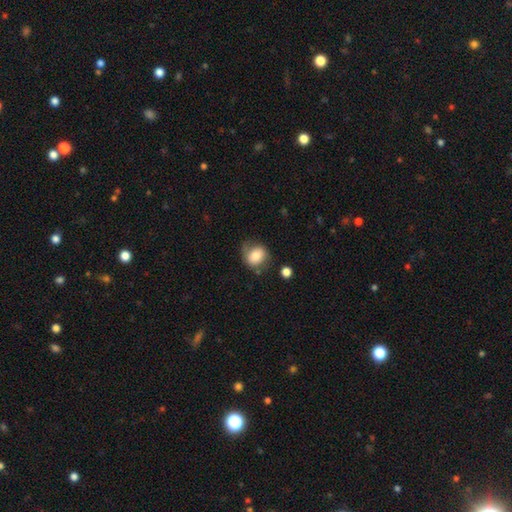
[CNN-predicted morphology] smooth-or-featured: smooth: 73% | featured or disk: 19% | star or artifact: 8%
  how-rounded: round: 62% | in between: 37% | cigar-shaped: 1%
  merging: none: 54% | minor disturbance: 29% | major disturbance: 13% | merger: 4%